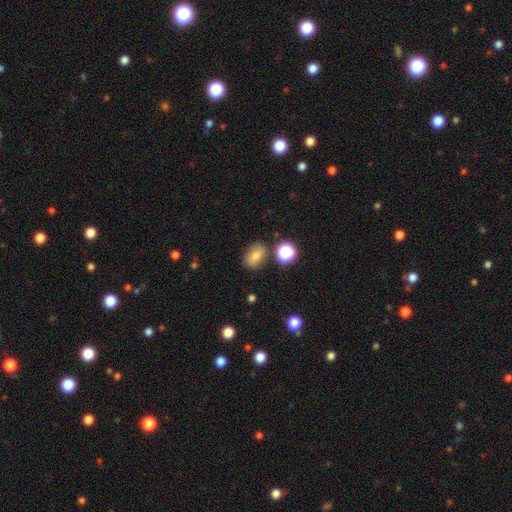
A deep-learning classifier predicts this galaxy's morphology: Smooth or featured? Predicted: smooth (p=0.72). How rounded? Predicted: in between (p=0.71). Merging? Predicted: none (p=0.72).